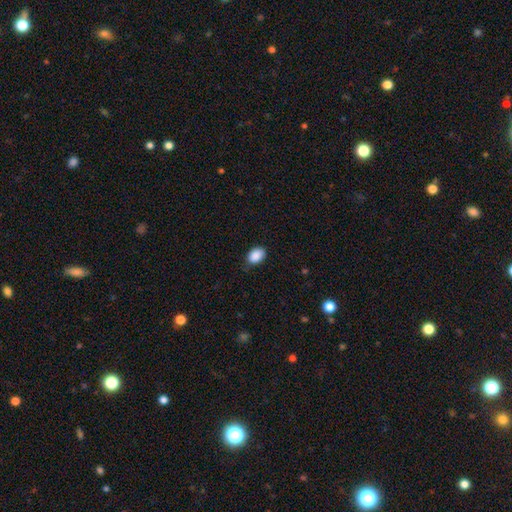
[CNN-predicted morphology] The model was most divided on "how rounded": in between: 80%, round: 19%, cigar-shaped: 1%. More confident: smooth or featured — smooth (89%); merging — none (79%).